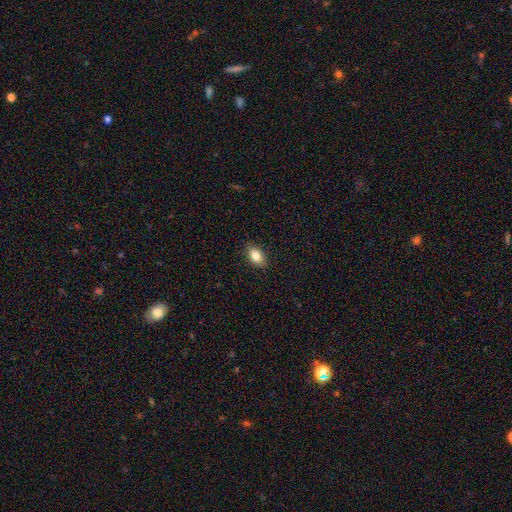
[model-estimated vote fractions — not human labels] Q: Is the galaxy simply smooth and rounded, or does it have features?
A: smooth — 84%.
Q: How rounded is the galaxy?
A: in between — 90%.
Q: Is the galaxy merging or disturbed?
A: none — 89%.